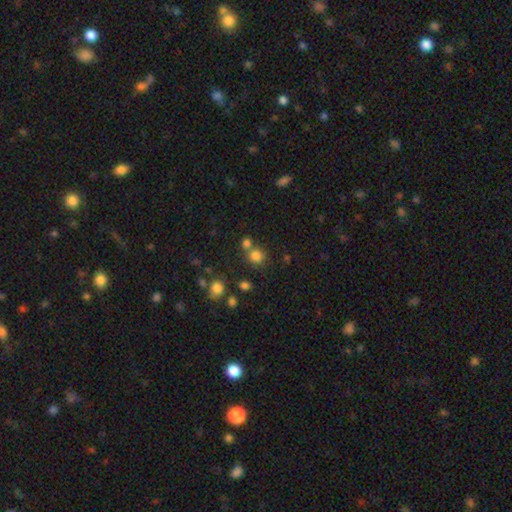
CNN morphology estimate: A smooth galaxy with no disk features (78%) that is round (85%).

Vote fractions:
- Smooth or featured? smooth: 78% / star or artifact: 15% / featured or disk: 6%
- How rounded? round: 85% / in between: 14% / cigar-shaped: 1%
- Merging? none: 59% / merger: 28% / minor disturbance: 9% / major disturbance: 4%